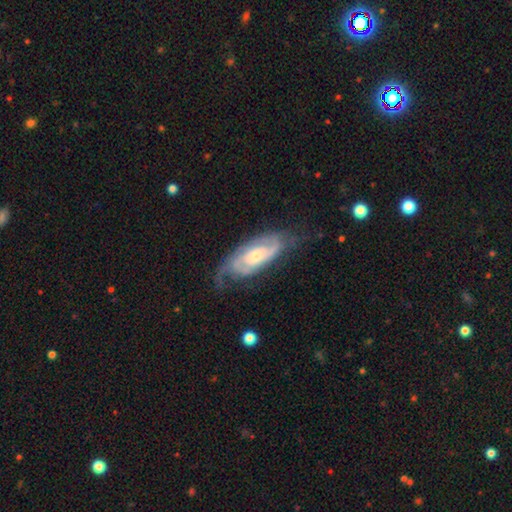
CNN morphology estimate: A featured or disk galaxy (82%) with no bar (66%), 2 (45%) tight (56%) spiral arms (94%) and a small central bulge (48%).

Vote fractions:
- Smooth or featured? featured or disk: 82% / smooth: 13% / star or artifact: 5%
- Edge-on disk? no: 91% / yes: 9%
- Bar? no: 66% / weak: 27% / strong: 7%
- Spiral arms? yes: 94% / no: 6%
- Spiral winding? tight: 56% / medium: 34% / loose: 10%
- Spiral arm count? 2: 45% / can't tell: 31% / 3: 13% / 1: 5% / 4: 4% / more than 4: 3%
- Bulge size? small: 48% / moderate: 45% / large: 4% / none: 2% / dominant: 1%
- Merging? none: 62% / minor disturbance: 23% / major disturbance: 13% / merger: 2%